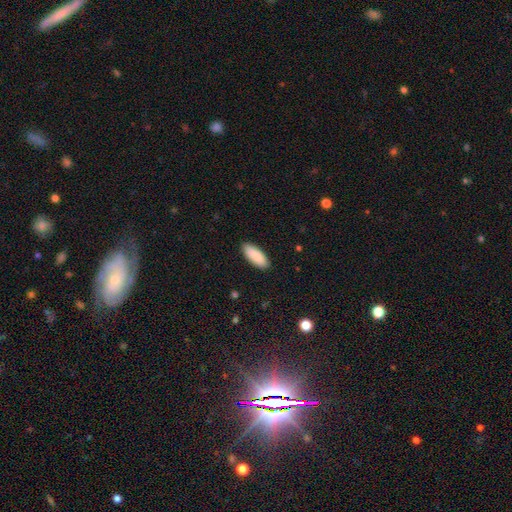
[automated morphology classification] Smooth or featured? smooth (89%)
How rounded? in between (78%)
Merging? none (89%)